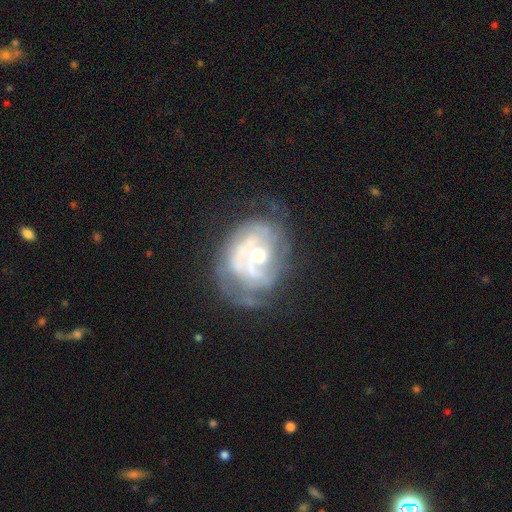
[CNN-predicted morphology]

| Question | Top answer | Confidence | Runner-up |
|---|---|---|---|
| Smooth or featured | featured or disk | 76% | smooth (16%) |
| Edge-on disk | no | 97% | yes (3%) |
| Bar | no | 76% | weak (19%) |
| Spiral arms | yes | 67% | no (33%) |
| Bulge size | moderate | 59% | small (28%) |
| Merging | none | 47% | minor disturbance (24%) |